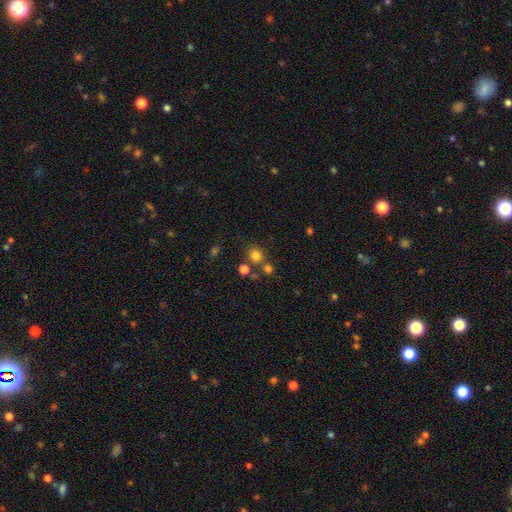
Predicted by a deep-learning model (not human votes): Q: Smooth or featured?
A: smooth (77%); runner-up: star or artifact (16%)
Q: How rounded?
A: round (83%); runner-up: in between (16%)
Q: Merging?
A: none (69%); runner-up: merger (18%)